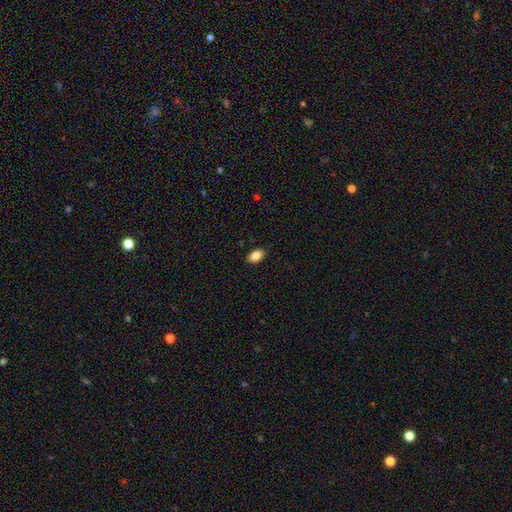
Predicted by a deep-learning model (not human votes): Smooth or featured?
  - smooth: 85% *
  - star or artifact: 8%
  - featured or disk: 6%
How rounded?
  - in between: 89% *
  - round: 9%
  - cigar-shaped: 1%
Merging?
  - none: 88% *
  - minor disturbance: 9%
  - major disturbance: 2%
  - merger: 1%